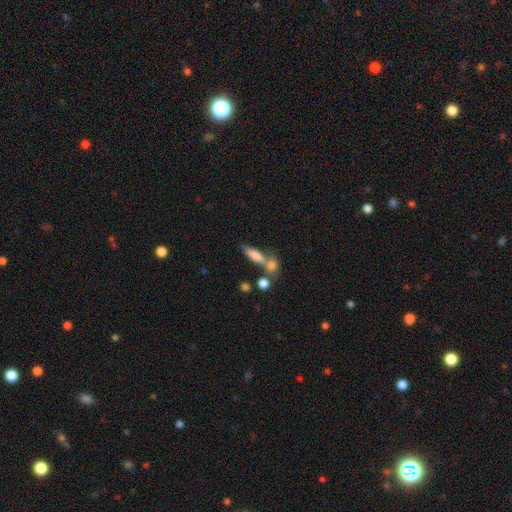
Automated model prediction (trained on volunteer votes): A smooth galaxy with no disk features (74%) that is in between round and cigar-shaped (51%).

Vote fractions:
- Smooth or featured? smooth: 74% / featured or disk: 18% / star or artifact: 9%
- How rounded? in between: 51% / cigar-shaped: 44% / round: 5%
- Merging? none: 42% / merger: 39% / minor disturbance: 12% / major disturbance: 7%